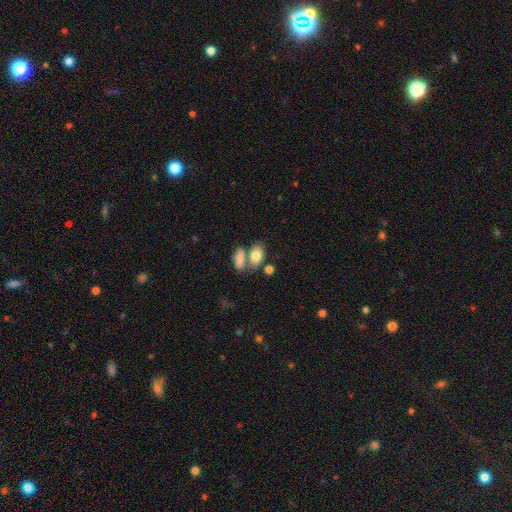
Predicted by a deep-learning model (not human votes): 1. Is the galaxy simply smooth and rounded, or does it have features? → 81% smooth, 12% featured or disk, 7% star or artifact.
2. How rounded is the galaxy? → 87% in between, 10% round, 3% cigar-shaped.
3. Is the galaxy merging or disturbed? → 49% none, 35% merger, 12% minor disturbance, 4% major disturbance.